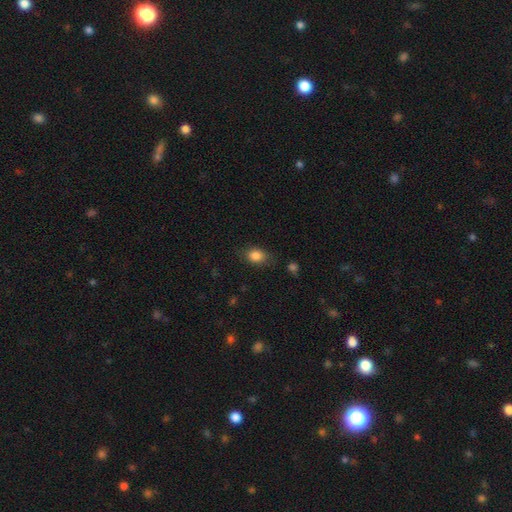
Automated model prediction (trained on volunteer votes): Q: Smooth or featured?
A: smooth (85%); runner-up: star or artifact (9%)
Q: How rounded?
A: in between (70%); runner-up: round (29%)
Q: Merging?
A: none (76%); runner-up: minor disturbance (18%)